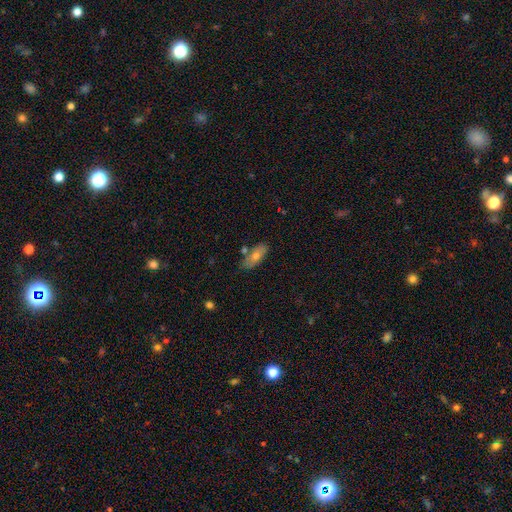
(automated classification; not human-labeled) Q: Smooth or featured?
A: smooth (64%); runner-up: featured or disk (28%)
Q: How rounded?
A: in between (76%); runner-up: cigar-shaped (21%)
Q: Merging?
A: none (72%); runner-up: minor disturbance (16%)